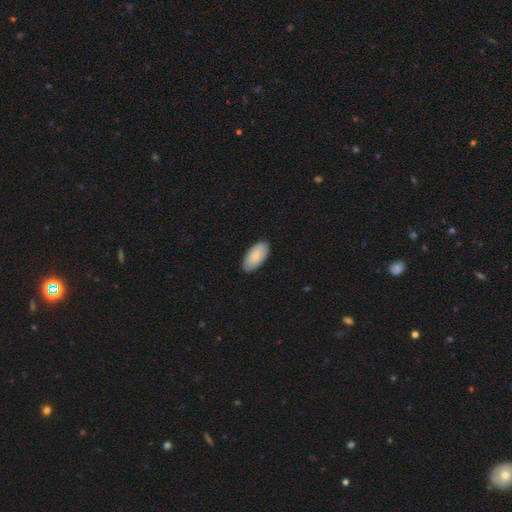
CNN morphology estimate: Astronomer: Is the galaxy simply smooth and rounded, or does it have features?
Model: smooth — 83%.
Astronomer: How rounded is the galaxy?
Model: in between — 95%.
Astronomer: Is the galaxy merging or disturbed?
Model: none — 86%.